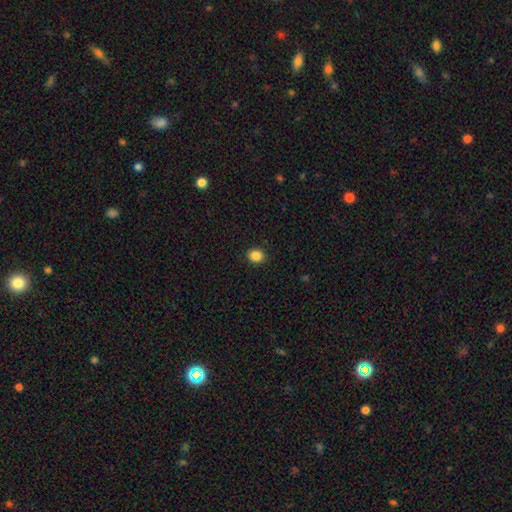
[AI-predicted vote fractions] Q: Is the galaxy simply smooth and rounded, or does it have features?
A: smooth — 86%.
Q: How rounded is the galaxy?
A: round — 62%.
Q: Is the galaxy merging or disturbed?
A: none — 91%.